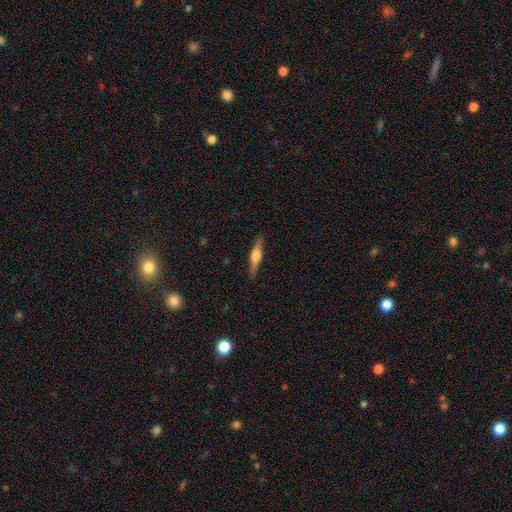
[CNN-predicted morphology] smooth-or-featured: featured or disk: 60% | smooth: 34% | star or artifact: 6%
  disk-edge-on: yes: 96% | no: 4%
    edge-on-bulge: rounded: 87% | boxy: 10% | none: 4%
  merging: none: 89% | minor disturbance: 8% | major disturbance: 2% | merger: 1%